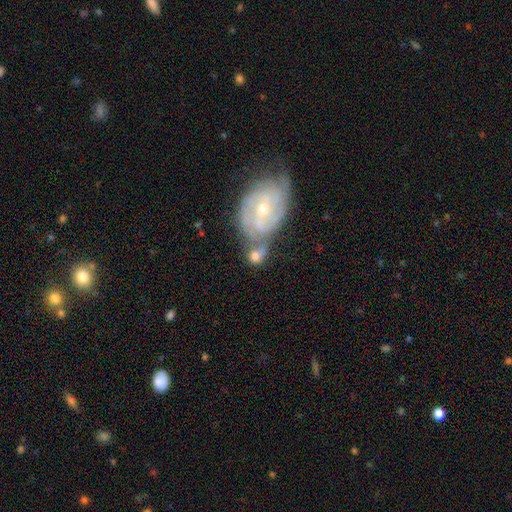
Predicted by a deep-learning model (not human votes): Morphology: type=smooth (47%); merging=merger (50%).